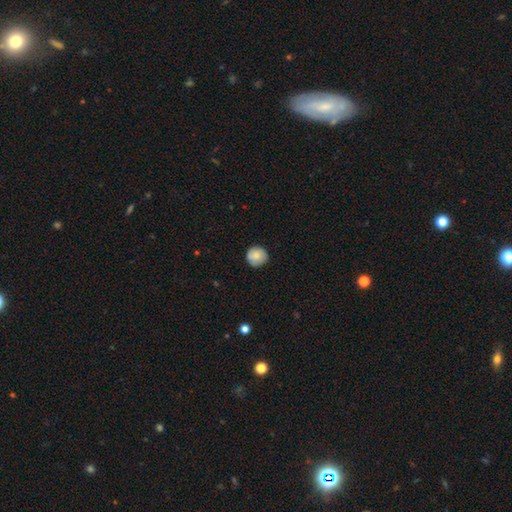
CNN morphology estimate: Q: Smooth or featured?
A: smooth (78%); runner-up: featured or disk (15%)
Q: How rounded?
A: round (92%); runner-up: in between (7%)
Q: Merging?
A: none (83%); runner-up: minor disturbance (14%)